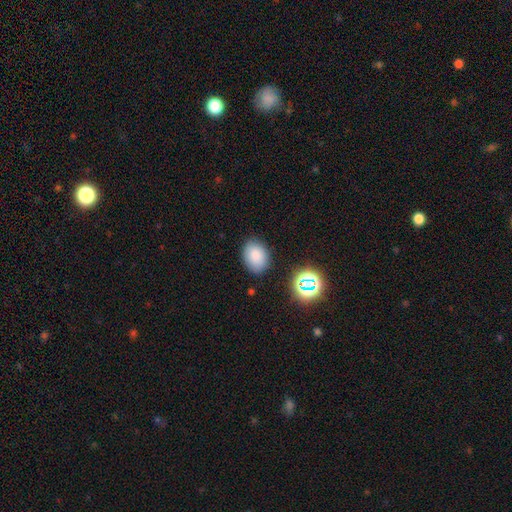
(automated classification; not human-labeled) Smooth or featured? Predicted: smooth (p=0.82). How rounded? Predicted: in between (p=0.72). Merging? Predicted: none (p=0.83).